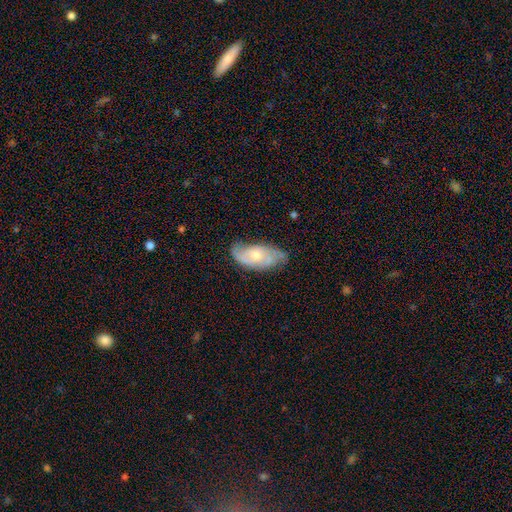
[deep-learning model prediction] Smooth or featured: featured or disk — 69% (smooth — 25%)
Edge-on disk: no — 92% (yes — 8%)
Bar: no — 70% (weak — 26%)
Spiral arms: yes — 90% (no — 10%)
Spiral winding: medium — 44% (tight — 37%)
Spiral arm count: 2 — 58% (can't tell — 22%)
Bulge size: moderate — 54% (small — 36%)
Merging: none — 66% (minor disturbance — 25%)